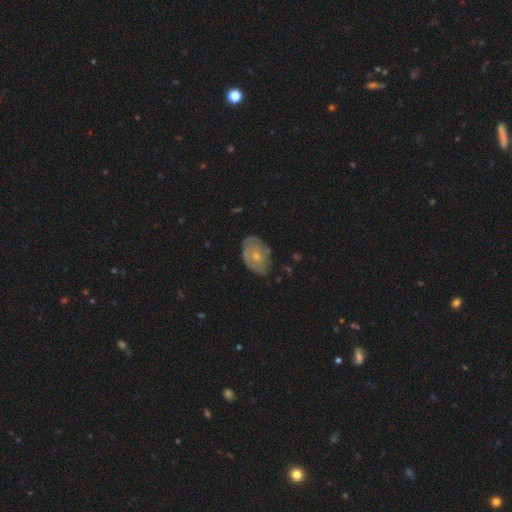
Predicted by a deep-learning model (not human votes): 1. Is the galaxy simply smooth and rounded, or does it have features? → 54% featured or disk, 39% smooth, 6% star or artifact.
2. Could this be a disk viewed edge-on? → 95% no, 5% yes.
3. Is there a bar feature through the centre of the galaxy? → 81% no, 17% weak, 3% strong.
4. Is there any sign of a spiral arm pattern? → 62% yes, 38% no.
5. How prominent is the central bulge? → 61% small, 34% moderate, 3% none, 1% large, 1% dominant.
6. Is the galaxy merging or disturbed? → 66% none, 26% minor disturbance, 7% major disturbance, 2% merger.